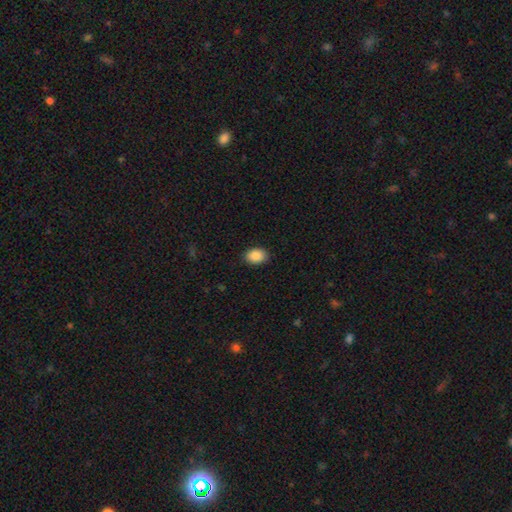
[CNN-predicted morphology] smooth-or-featured: smooth: 89% | star or artifact: 8% | featured or disk: 3%
  how-rounded: in between: 81% | round: 18% | cigar-shaped: 1%
  merging: none: 89% | minor disturbance: 8% | major disturbance: 2% | merger: 1%